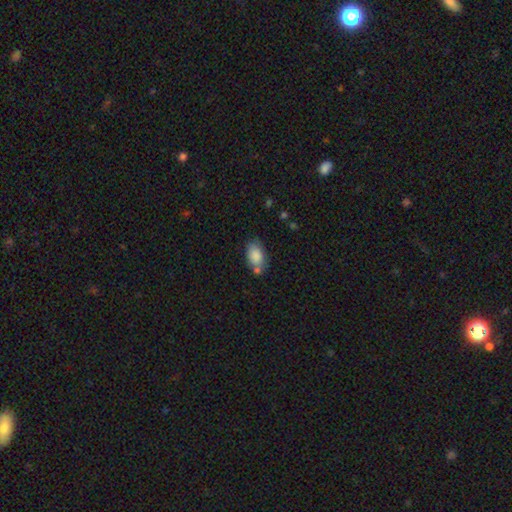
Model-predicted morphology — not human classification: Smooth or featured?
  - smooth: 85% *
  - featured or disk: 8%
  - star or artifact: 7%
How rounded?
  - in between: 90% *
  - round: 8%
  - cigar-shaped: 2%
Merging?
  - none: 62% *
  - minor disturbance: 20%
  - merger: 14%
  - major disturbance: 5%